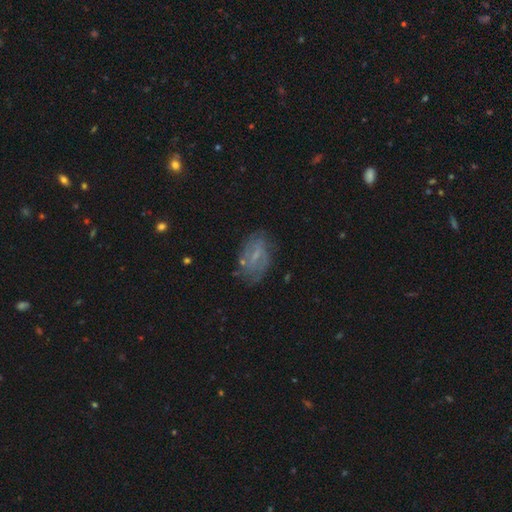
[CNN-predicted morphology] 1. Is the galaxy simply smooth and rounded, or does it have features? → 57% featured or disk, 31% smooth, 12% star or artifact.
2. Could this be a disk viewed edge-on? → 94% no, 6% yes.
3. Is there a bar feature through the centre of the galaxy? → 51% weak, 32% no, 17% strong.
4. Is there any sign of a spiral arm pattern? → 66% yes, 34% no.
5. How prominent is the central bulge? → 52% small, 28% none, 17% moderate, 1% large, 1% dominant.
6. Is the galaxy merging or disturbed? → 65% none, 21% minor disturbance, 11% major disturbance, 3% merger.